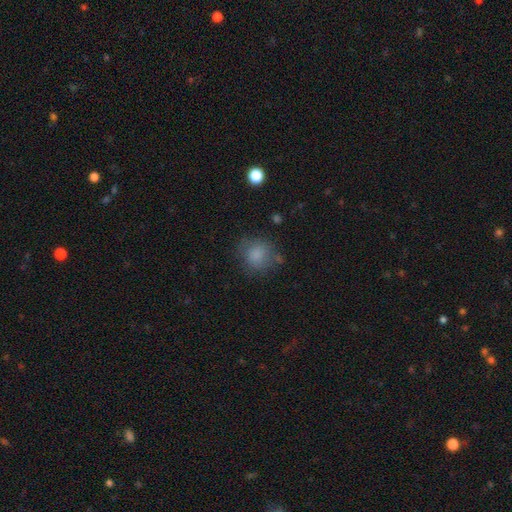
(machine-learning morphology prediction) This appears to be a smooth galaxy with no disk features (79%) that is round (82%). Merging: none (69%).